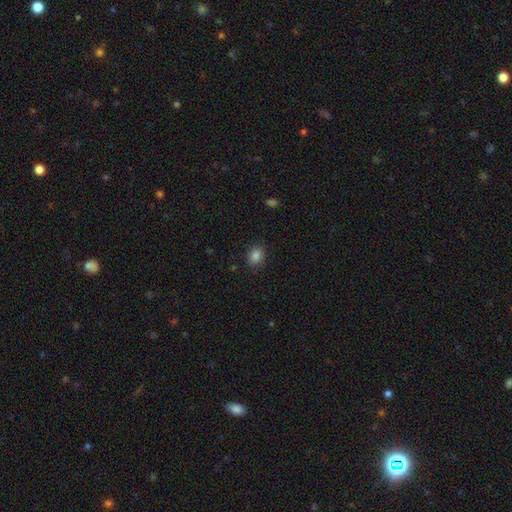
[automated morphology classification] Smooth or featured? Predicted: smooth (p=0.84). How rounded? Predicted: round (p=0.54). Merging? Predicted: none (p=0.89).